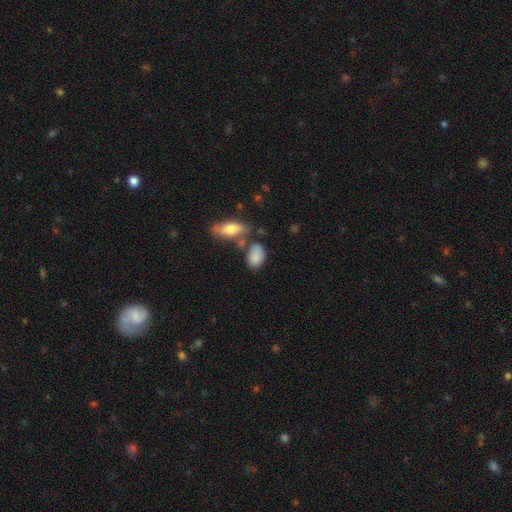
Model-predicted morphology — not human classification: Smooth or featured? smooth (83%)
How rounded? in between (89%)
Merging? none (54%)